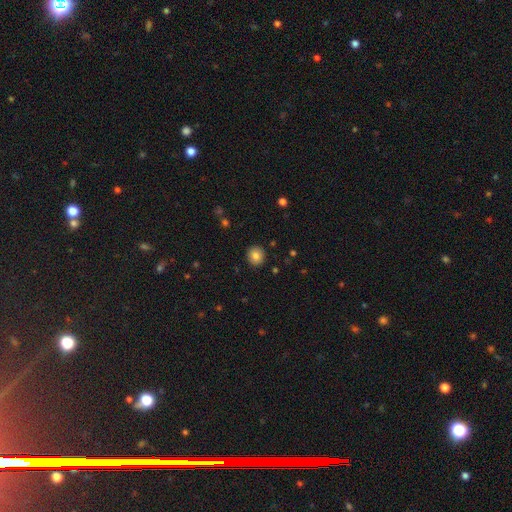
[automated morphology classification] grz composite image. It shows a smooth galaxy with no disk features (83%) that is round (88%). Merging: none (91%).